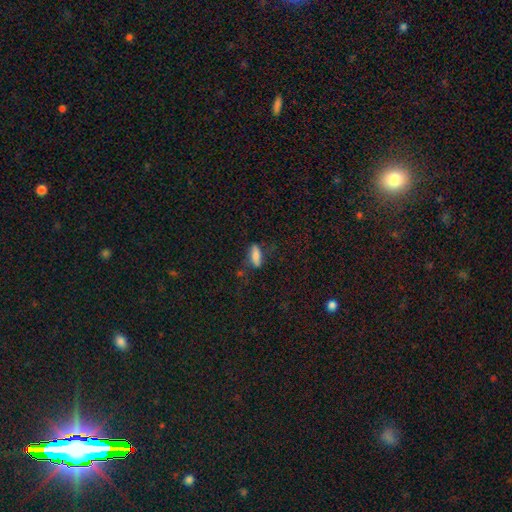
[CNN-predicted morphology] smooth_or_featured: smooth (p=0.77) [alt: featured or disk p=0.14]
how_rounded: in between (p=0.59) [alt: cigar-shaped p=0.38]
merging: none (p=0.65) [alt: minor disturbance p=0.22]